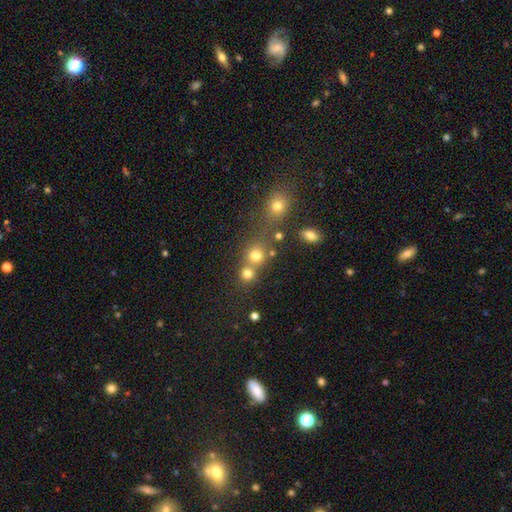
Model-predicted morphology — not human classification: Smooth or featured: smooth — 76% (star or artifact — 16%)
How rounded: round — 87% (in between — 12%)
Merging: none — 52% (merger — 37%)